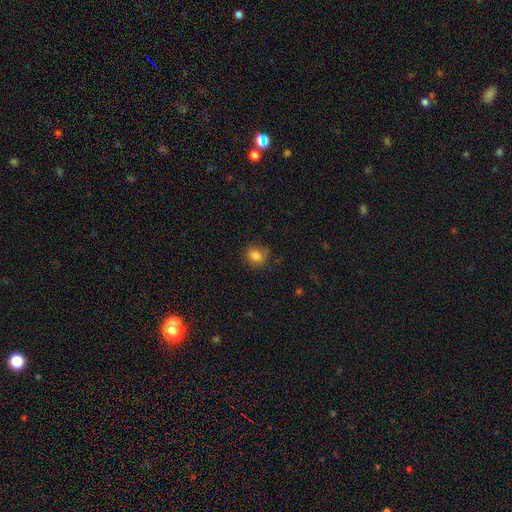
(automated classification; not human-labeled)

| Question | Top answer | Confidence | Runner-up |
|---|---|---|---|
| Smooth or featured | smooth | 82% | star or artifact (11%) |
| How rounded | round | 59% | in between (39%) |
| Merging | none | 72% | minor disturbance (20%) |